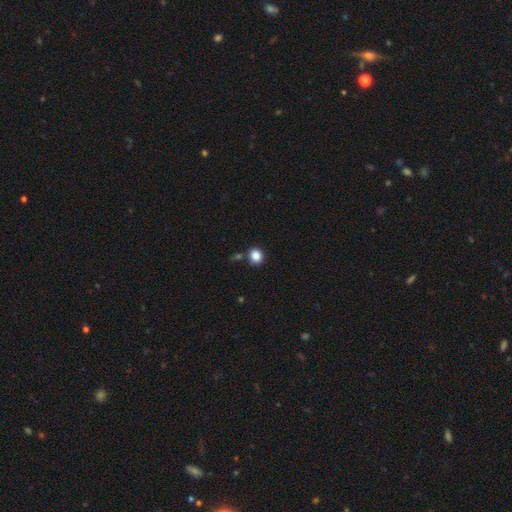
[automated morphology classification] Smooth or featured?
  - smooth: 86% *
  - star or artifact: 10%
  - featured or disk: 3%
How rounded?
  - round: 75% *
  - in between: 24%
  - cigar-shaped: 1%
Merging?
  - none: 79% *
  - minor disturbance: 10%
  - merger: 8%
  - major disturbance: 3%